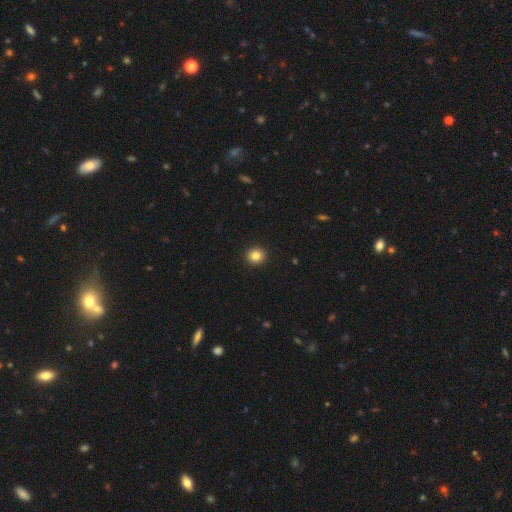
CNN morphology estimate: A smooth galaxy with no disk features (84%) that is round (90%). Merging: none (93%).